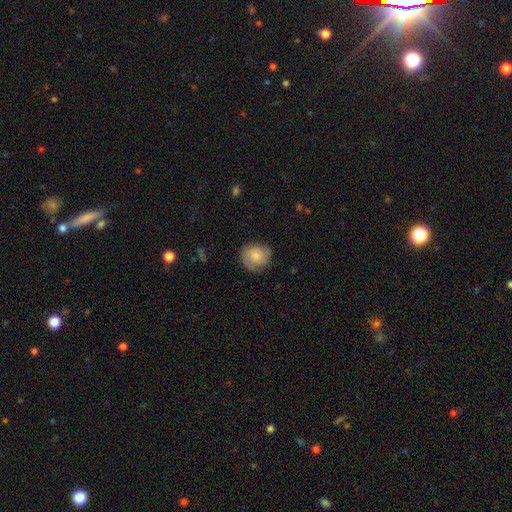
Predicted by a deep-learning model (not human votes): Morphology: type=smooth (57%); roundness=round (87%); merging=none (80%).